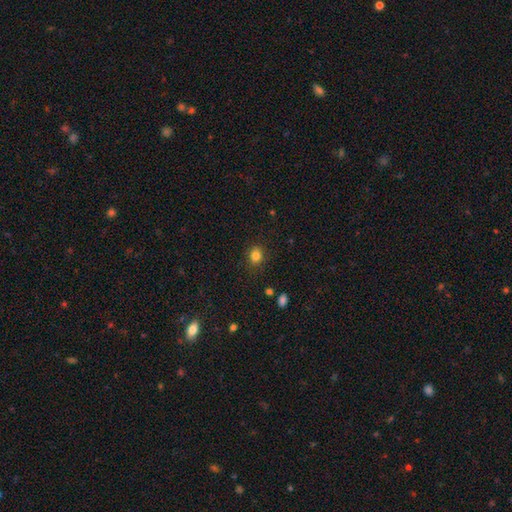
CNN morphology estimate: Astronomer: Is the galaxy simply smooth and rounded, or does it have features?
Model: smooth — 83%.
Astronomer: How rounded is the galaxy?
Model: round — 63%.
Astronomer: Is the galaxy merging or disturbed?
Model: none — 86%.